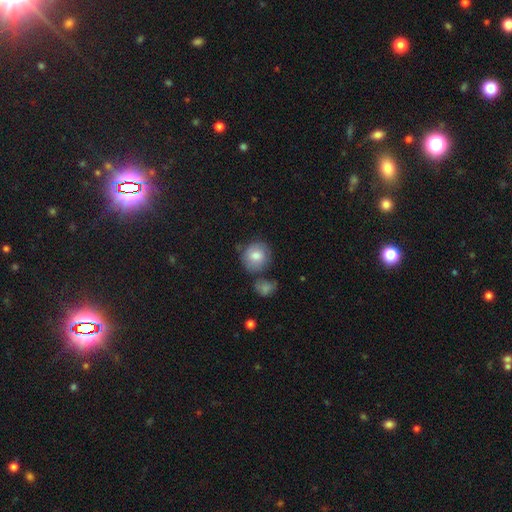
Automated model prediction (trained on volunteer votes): Smooth or featured: smooth — 75% (featured or disk — 18%)
How rounded: round — 85% (in between — 14%)
Merging: none — 64% (minor disturbance — 19%)